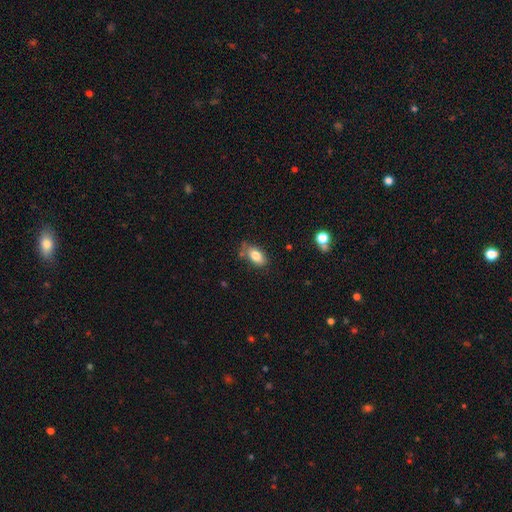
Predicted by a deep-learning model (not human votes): Q: Smooth or featured?
A: smooth (82%); runner-up: featured or disk (10%)
Q: How rounded?
A: in between (90%); runner-up: cigar-shaped (5%)
Q: Merging?
A: none (64%); runner-up: minor disturbance (24%)